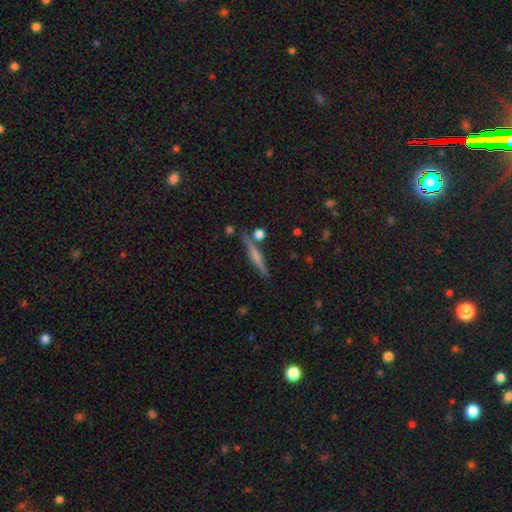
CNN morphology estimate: Q: Smooth or featured?
A: featured or disk (52%); runner-up: smooth (40%)
Q: Edge-on disk?
A: yes (97%); runner-up: no (3%)
Q: Merging?
A: none (82%); runner-up: minor disturbance (9%)